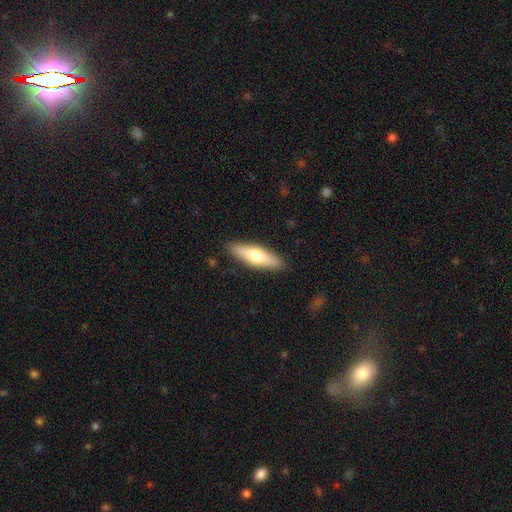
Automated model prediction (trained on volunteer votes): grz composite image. It shows a smooth galaxy with no disk features (60%) that is cigar-shaped (63%). Merging: none (88%).